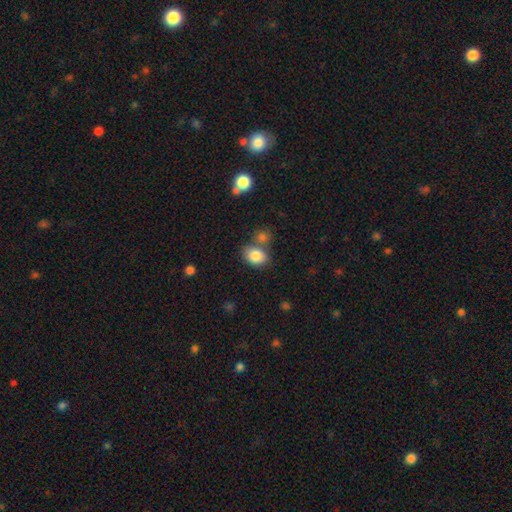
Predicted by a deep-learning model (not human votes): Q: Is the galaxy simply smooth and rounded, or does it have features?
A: smooth — 84%.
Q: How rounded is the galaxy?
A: in between — 65%.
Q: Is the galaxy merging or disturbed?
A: none — 59%.